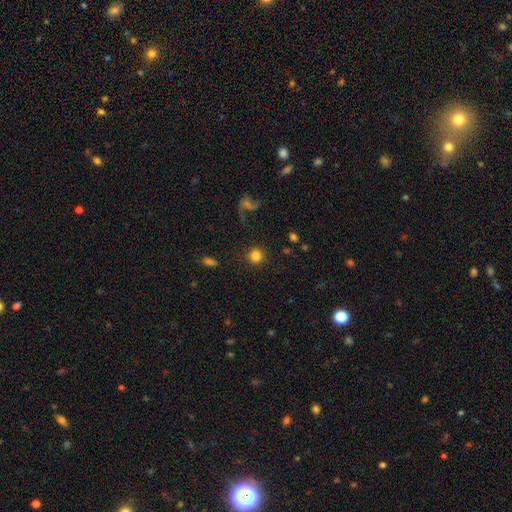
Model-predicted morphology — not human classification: smooth-or-featured: smooth: 82% | star or artifact: 11% | featured or disk: 7%
  how-rounded: round: 90% | in between: 9% | cigar-shaped: 1%
  merging: none: 85% | minor disturbance: 8% | major disturbance: 5% | merger: 3%